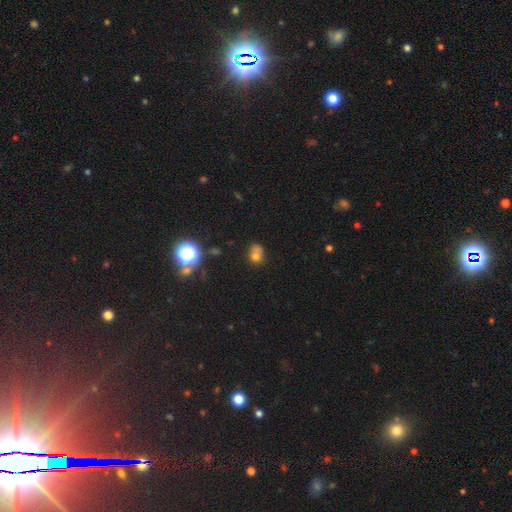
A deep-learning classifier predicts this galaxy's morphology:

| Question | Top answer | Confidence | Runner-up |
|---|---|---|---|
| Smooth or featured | smooth | 66% | star or artifact (19%) |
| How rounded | round | 57% | in between (42%) |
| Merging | merger | 39% | none (37%) |